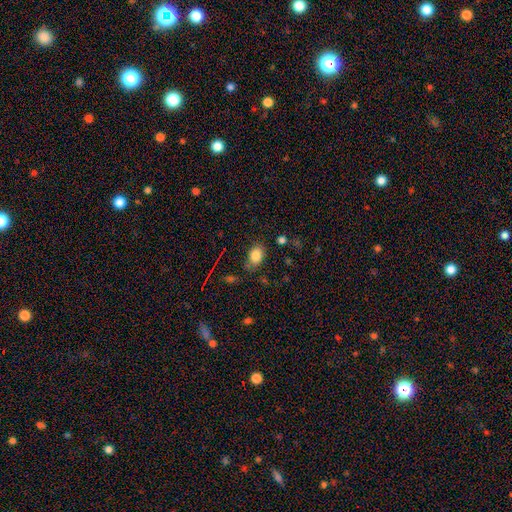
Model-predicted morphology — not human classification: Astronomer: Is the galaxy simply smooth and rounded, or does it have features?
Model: smooth — 83%.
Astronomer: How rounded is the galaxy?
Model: in between — 82%.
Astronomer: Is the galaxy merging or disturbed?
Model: none — 71%.